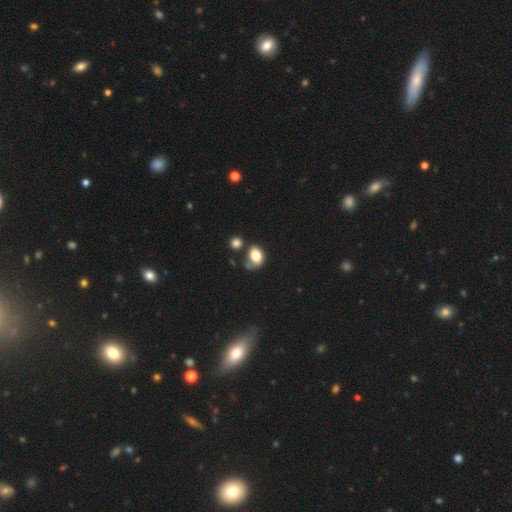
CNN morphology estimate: smooth-or-featured: smooth: 78% | featured or disk: 13% | star or artifact: 9%
  how-rounded: in between: 64% | round: 35% | cigar-shaped: 1%
  merging: none: 40% | minor disturbance: 25% | merger: 18% | major disturbance: 16%